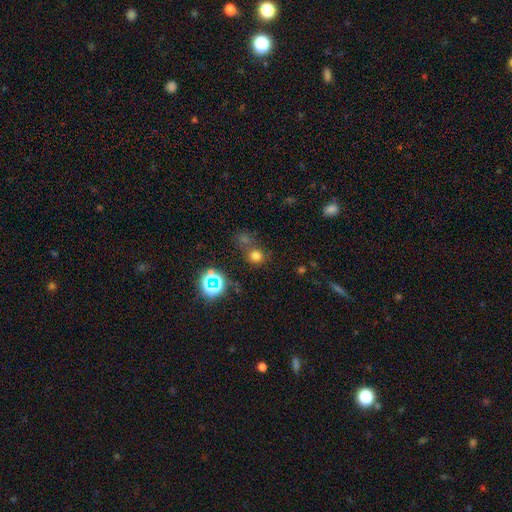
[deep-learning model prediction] A smooth galaxy with no disk features (67%) that is round (86%).

Vote fractions:
- Smooth or featured? smooth: 67% / star or artifact: 26% / featured or disk: 7%
- How rounded? round: 86% / in between: 13% / cigar-shaped: 1%
- Merging? none: 63% / merger: 21% / minor disturbance: 10% / major disturbance: 5%